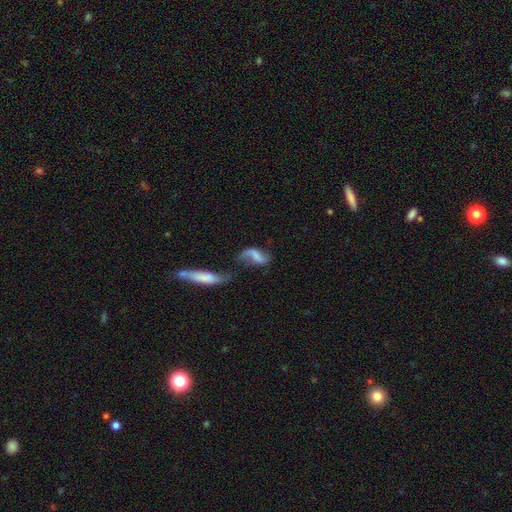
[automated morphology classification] Overall: featured or disk (51%; smooth 39%). Edge-on disk: no (91%). Merging: merger (31%; none 29%).